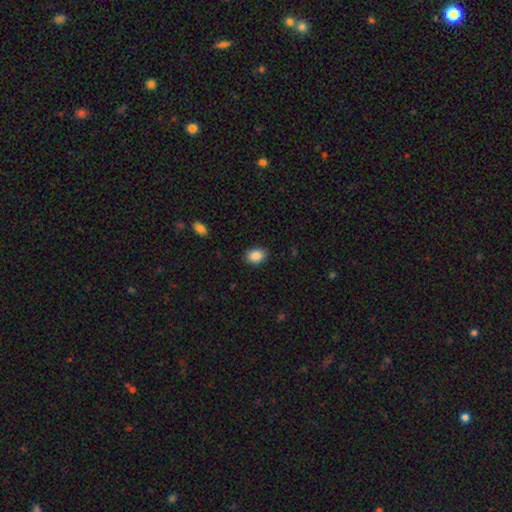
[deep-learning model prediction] Smooth or featured? Predicted: smooth (p=0.88). How rounded? Predicted: in between (p=0.75). Merging? Predicted: none (p=0.88).